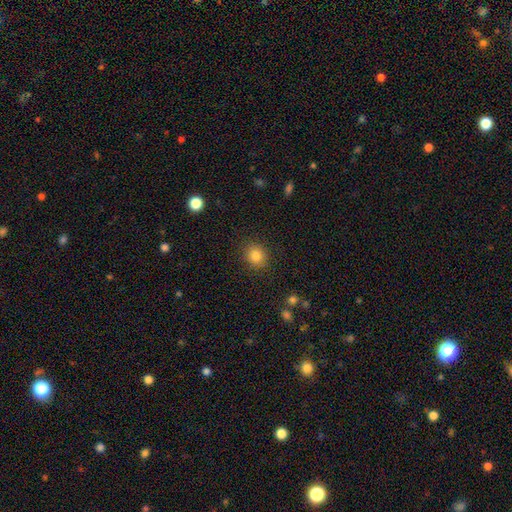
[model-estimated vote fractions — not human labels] A smooth galaxy with no disk features (83%) that is round (81%). Merging: none (89%).